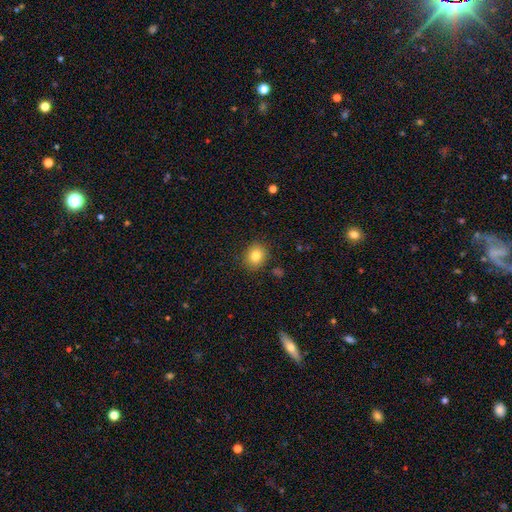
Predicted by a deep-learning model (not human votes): Smooth or featured?
  - smooth: 81% *
  - star or artifact: 10%
  - featured or disk: 8%
How rounded?
  - round: 72% *
  - in between: 27%
  - cigar-shaped: 1%
Merging?
  - none: 87% *
  - minor disturbance: 9%
  - major disturbance: 3%
  - merger: 2%